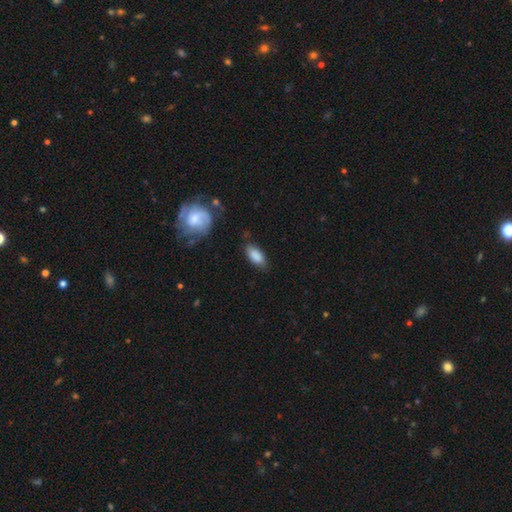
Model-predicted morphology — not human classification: A smooth galaxy with no disk features (85%) that is in between round and cigar-shaped (89%). Merging: none (74%).